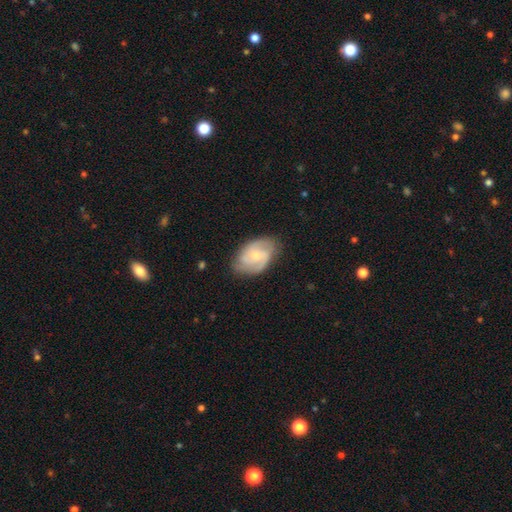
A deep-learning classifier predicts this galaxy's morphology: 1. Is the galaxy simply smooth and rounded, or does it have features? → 76% featured or disk, 19% smooth, 5% star or artifact.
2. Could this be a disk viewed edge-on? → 97% no, 3% yes.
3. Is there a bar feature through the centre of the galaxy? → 56% no, 38% weak, 6% strong.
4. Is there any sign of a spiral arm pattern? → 95% yes, 5% no.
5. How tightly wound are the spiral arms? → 50% medium, 36% tight, 14% loose.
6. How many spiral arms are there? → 57% 2, 23% 3, 12% can't tell, 3% 4, 3% 1, 2% more than 4.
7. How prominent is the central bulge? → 54% small, 40% moderate, 4% none, 2% large, 1% dominant.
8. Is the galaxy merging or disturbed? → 75% none, 19% minor disturbance, 5% major disturbance, 1% merger.